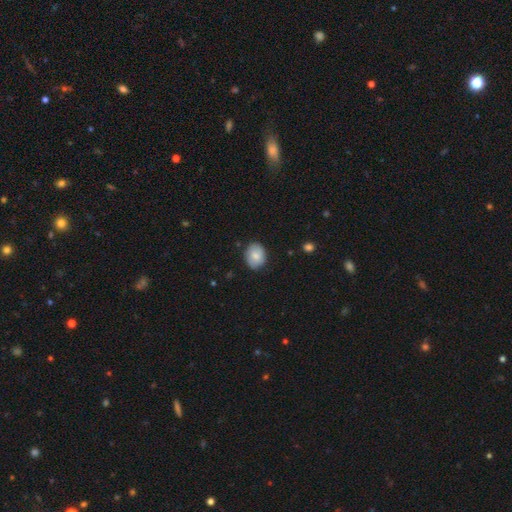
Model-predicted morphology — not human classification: Smooth or featured: smooth — 75% (featured or disk — 18%)
How rounded: in between — 53% (round — 46%)
Merging: none — 79% (minor disturbance — 17%)